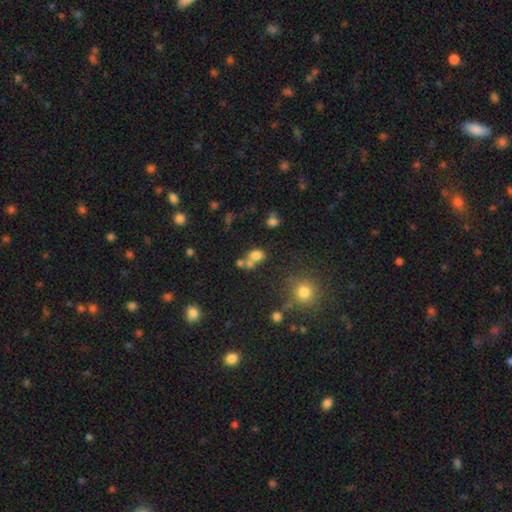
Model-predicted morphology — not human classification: type=smooth (71%); roundness=round (52%); merging=merger (43%).